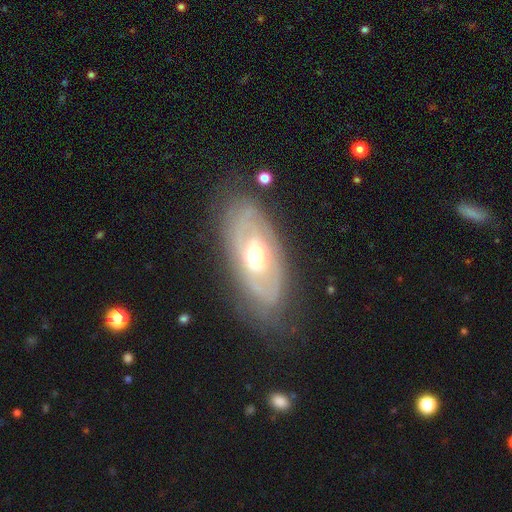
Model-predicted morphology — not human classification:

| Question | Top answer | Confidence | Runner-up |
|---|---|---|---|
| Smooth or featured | featured or disk | 72% | smooth (23%) |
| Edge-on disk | no | 87% | yes (13%) |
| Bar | no | 74% | weak (19%) |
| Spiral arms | yes | 54% | no (46%) |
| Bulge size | moderate | 72% | large (15%) |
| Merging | none | 75% | minor disturbance (17%) |